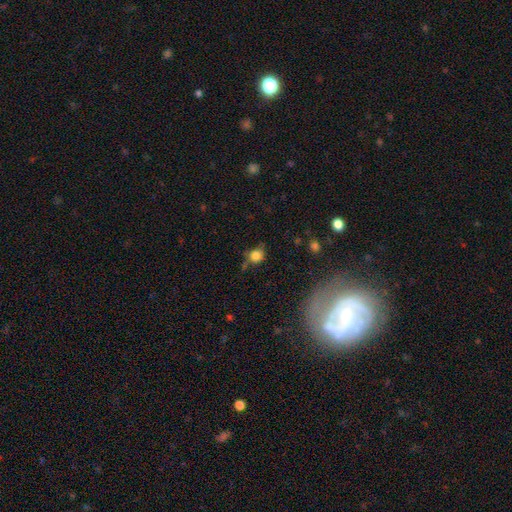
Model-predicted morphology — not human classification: Q: Smooth or featured?
A: smooth (78%); runner-up: star or artifact (13%)
Q: How rounded?
A: round (79%); runner-up: in between (19%)
Q: Merging?
A: none (58%); runner-up: minor disturbance (25%)